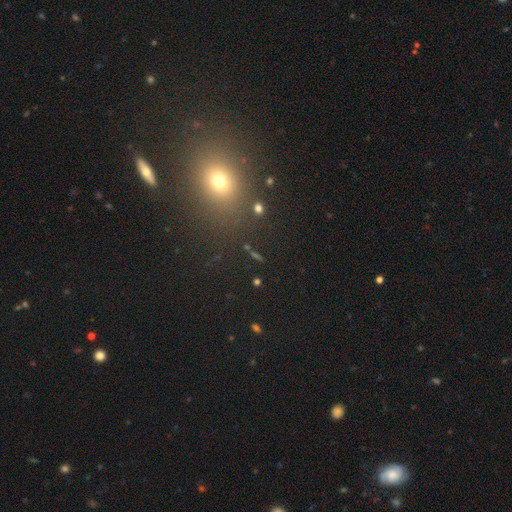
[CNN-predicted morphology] Smooth or featured? star or artifact (45%)